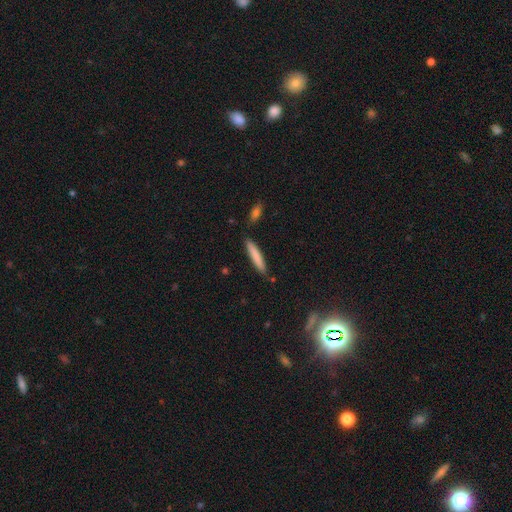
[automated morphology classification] Smooth or featured? smooth (80%)
How rounded? cigar-shaped (91%)
Merging? none (85%)